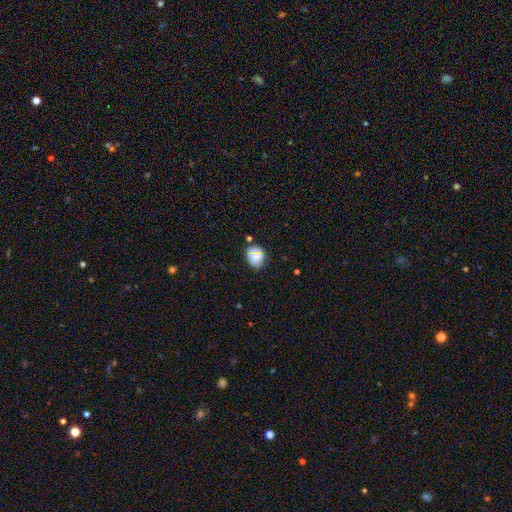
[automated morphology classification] type=smooth (65%); roundness=round (62%); merging=none (71%).